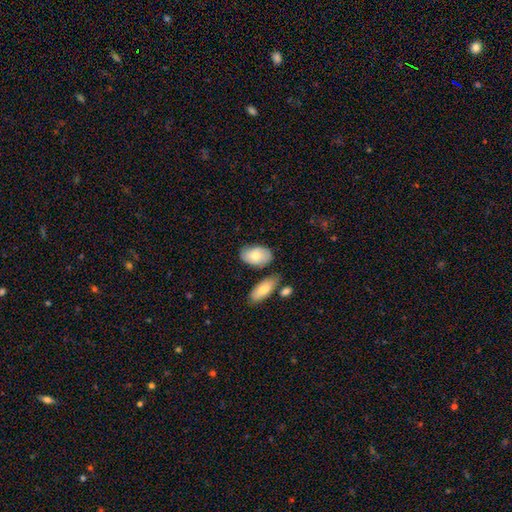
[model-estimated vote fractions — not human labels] Smooth or featured? smooth (73%)
How rounded? in between (91%)
Merging? none (67%)